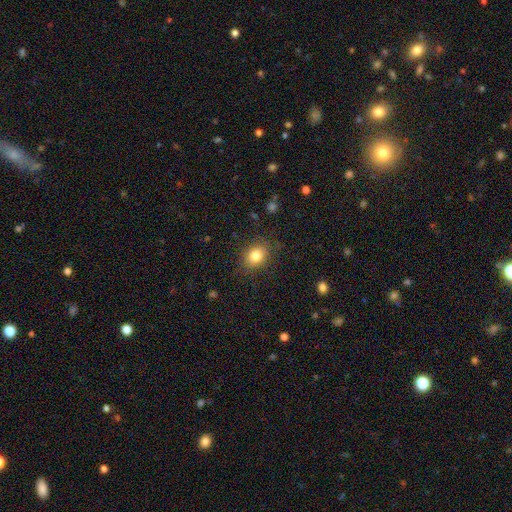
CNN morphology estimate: type=smooth (83%); roundness=in between (58%); merging=none (83%).